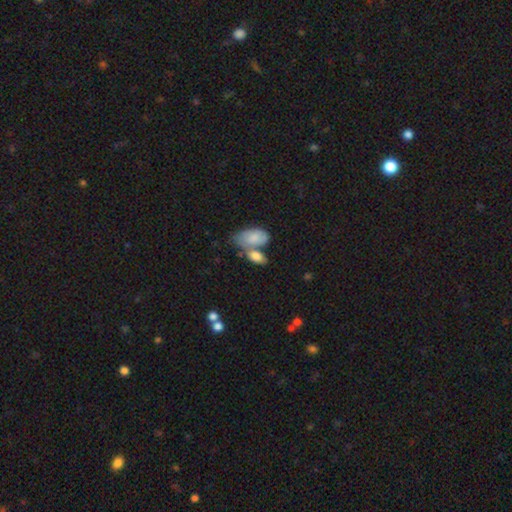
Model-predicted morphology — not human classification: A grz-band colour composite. It shows a smooth galaxy with no disk features (80%) that is in between round and cigar-shaped (90%). Merging: merger (42%).